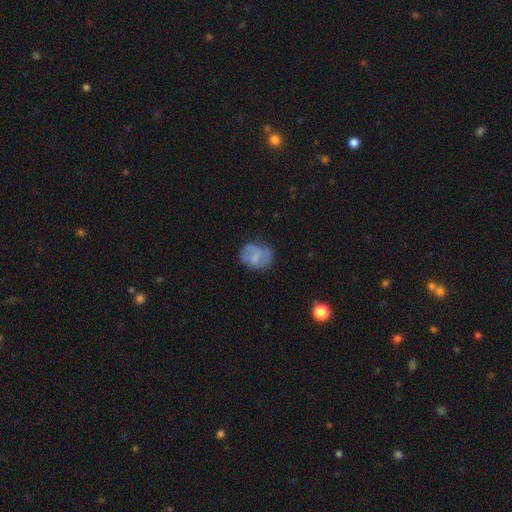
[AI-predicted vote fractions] A smooth galaxy with no disk features (56%) that is in between round and cigar-shaped (50%).

Vote fractions:
- Smooth or featured? smooth: 56% / featured or disk: 36% / star or artifact: 8%
- How rounded? in between: 50% / round: 49% / cigar-shaped: 1%
- Merging? none: 63% / minor disturbance: 24% / major disturbance: 10% / merger: 3%